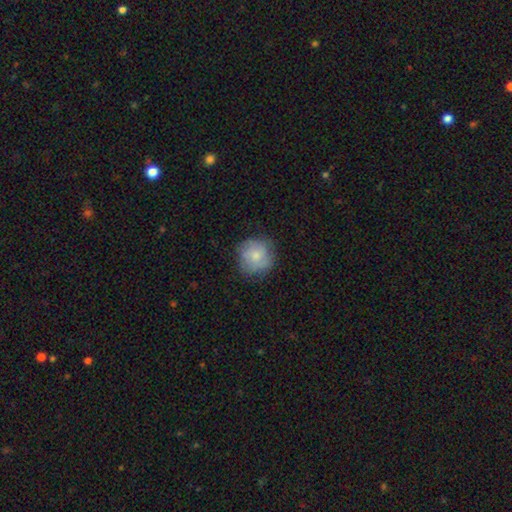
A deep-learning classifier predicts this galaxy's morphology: A smooth galaxy with no disk features (71%) that is round (90%). Merging: none (72%).